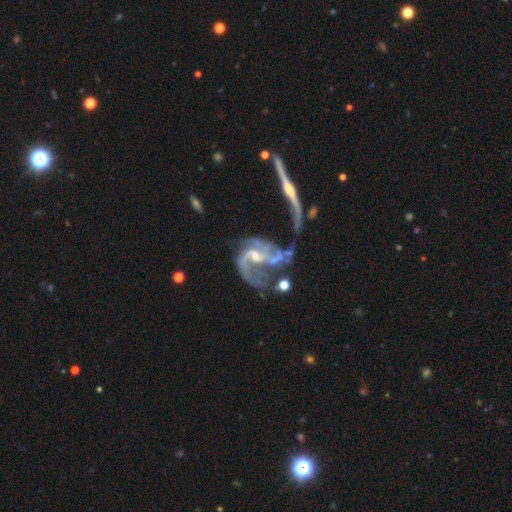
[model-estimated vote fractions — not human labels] This is clearly a featured or disk galaxy (87%). It is clearly not viewed edge-on (96%). Bar: marginally weak (42%, tied with no). Spiral arm pattern: clearly yes (90%). Spiral arm count: possibly 2 (52%). Spiral winding: possibly loose (51%). Central bulge: marginally moderate (41%, tied with small). Merging: marginally major disturbance (35%).